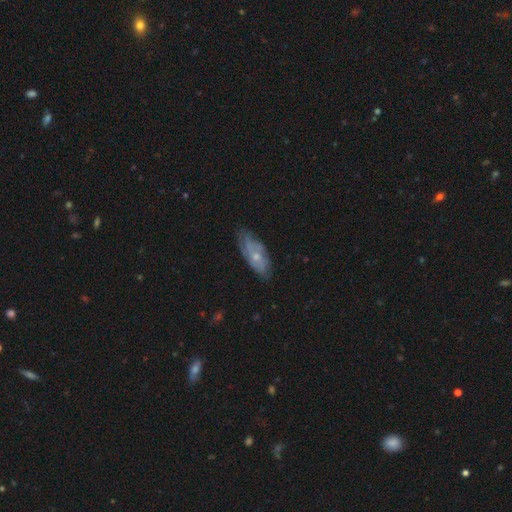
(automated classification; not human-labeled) A featured or disk galaxy (55%).

Vote fractions:
- Smooth or featured? featured or disk: 55% / smooth: 38% / star or artifact: 7%
- Edge-on disk? no: 84% / yes: 16%
- Merging? none: 63% / minor disturbance: 28% / major disturbance: 7% / merger: 2%